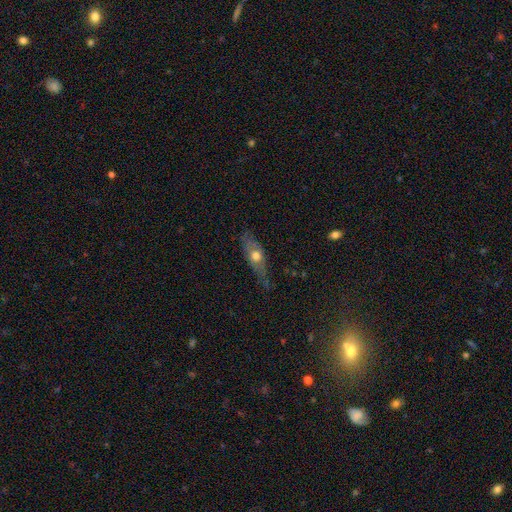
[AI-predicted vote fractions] A smooth galaxy with no disk features (52%) that is in between round and cigar-shaped (54%).

Vote fractions:
- Smooth or featured? smooth: 52% / featured or disk: 41% / star or artifact: 7%
- How rounded? in between: 54% / cigar-shaped: 40% / round: 6%
- Merging? none: 59% / minor disturbance: 29% / major disturbance: 10% / merger: 2%